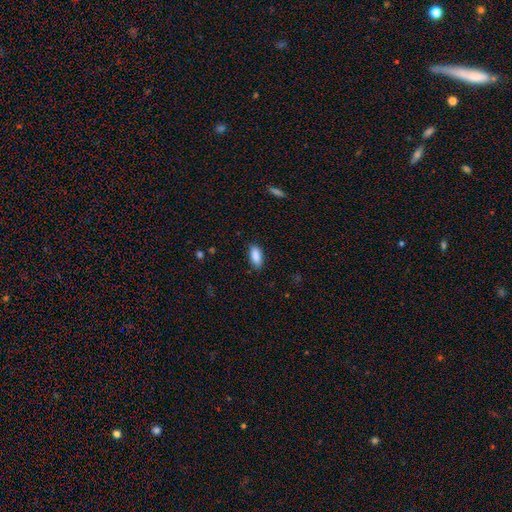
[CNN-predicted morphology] A smooth galaxy with no disk features (89%) that is in between round and cigar-shaped (86%).

Vote fractions:
- Smooth or featured? smooth: 89% / star or artifact: 7% / featured or disk: 4%
- How rounded? in between: 86% / cigar-shaped: 12% / round: 2%
- Merging? none: 82% / minor disturbance: 14% / major disturbance: 3% / merger: 1%